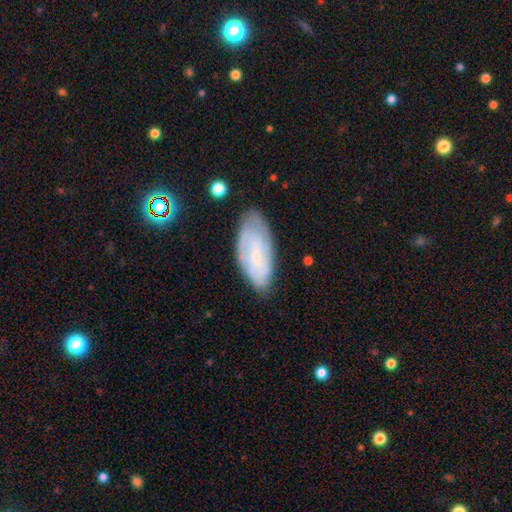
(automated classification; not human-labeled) smooth-or-featured: featured or disk: 47% | smooth: 45% | star or artifact: 8%
  merging: none: 71% | minor disturbance: 22% | major disturbance: 5% | merger: 2%